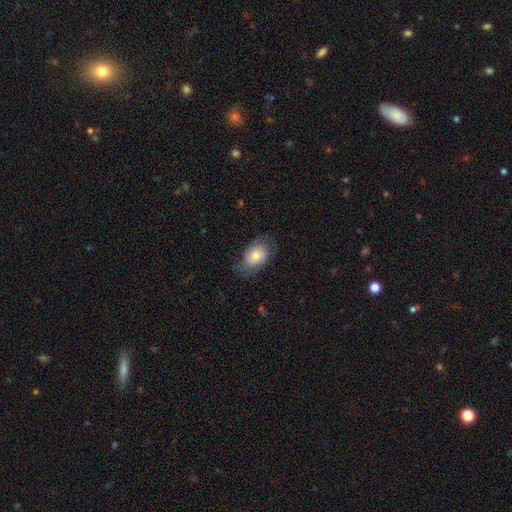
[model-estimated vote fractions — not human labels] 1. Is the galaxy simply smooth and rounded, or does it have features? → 73% smooth, 20% featured or disk, 7% star or artifact.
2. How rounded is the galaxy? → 85% in between, 14% round, 1% cigar-shaped.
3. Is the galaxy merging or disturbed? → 66% none, 24% minor disturbance, 9% major disturbance, 1% merger.